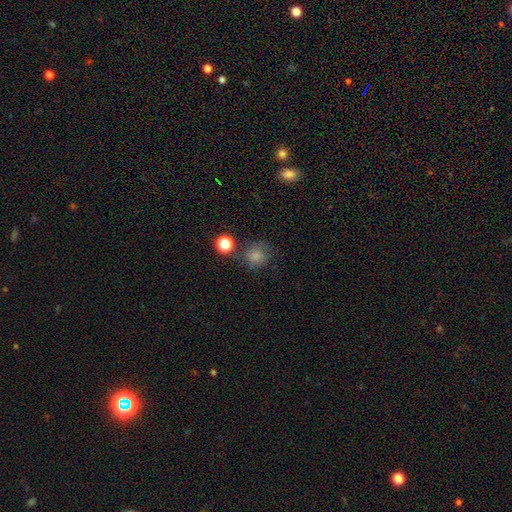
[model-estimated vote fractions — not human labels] Morphology: type=smooth (76%); roundness=round (78%); merging=none (63%).